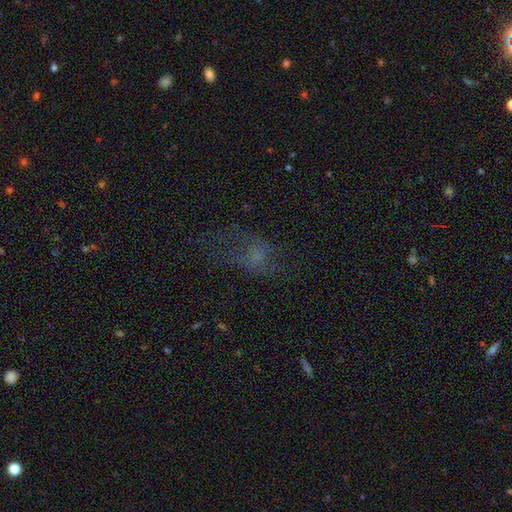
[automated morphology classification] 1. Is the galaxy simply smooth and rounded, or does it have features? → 45% smooth, 29% featured or disk, 26% star or artifact.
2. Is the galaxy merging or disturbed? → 43% major disturbance, 36% none, 18% minor disturbance, 3% merger.